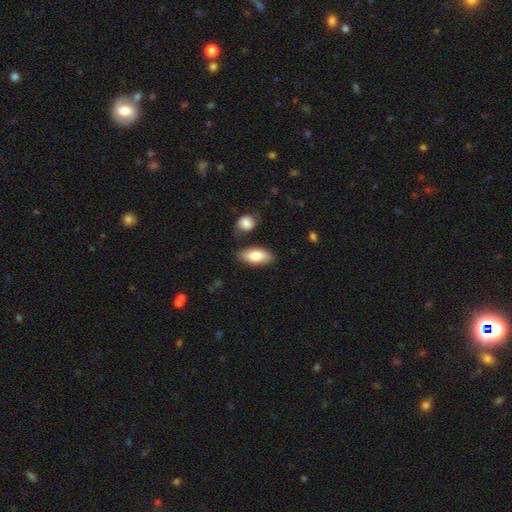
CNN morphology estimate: A smooth galaxy with no disk features (80%) that is in between round and cigar-shaped (90%). Merging: none (77%).